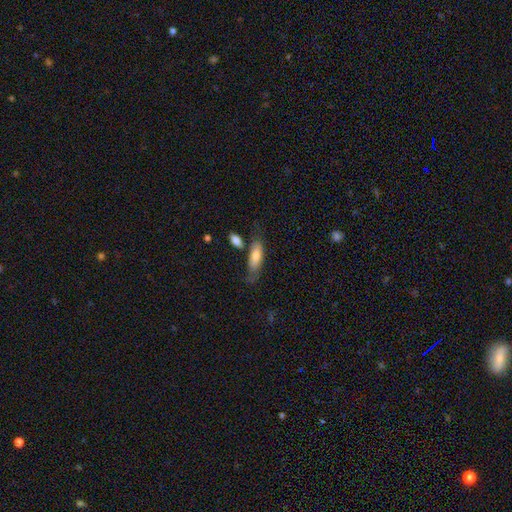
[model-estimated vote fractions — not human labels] This appears to be a smooth galaxy with no disk features (72%) that is in between round and cigar-shaped (65%). Merging: none (56%).